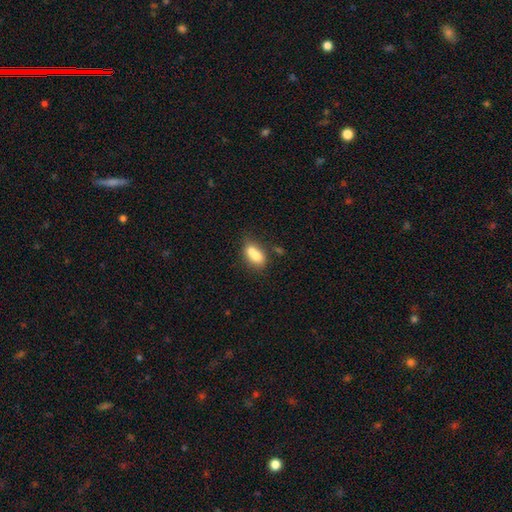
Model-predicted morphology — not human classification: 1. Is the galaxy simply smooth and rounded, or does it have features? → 72% smooth, 19% featured or disk, 9% star or artifact.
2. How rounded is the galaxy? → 80% in between, 12% round, 8% cigar-shaped.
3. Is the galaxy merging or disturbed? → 42% merger, 37% none, 15% minor disturbance, 6% major disturbance.